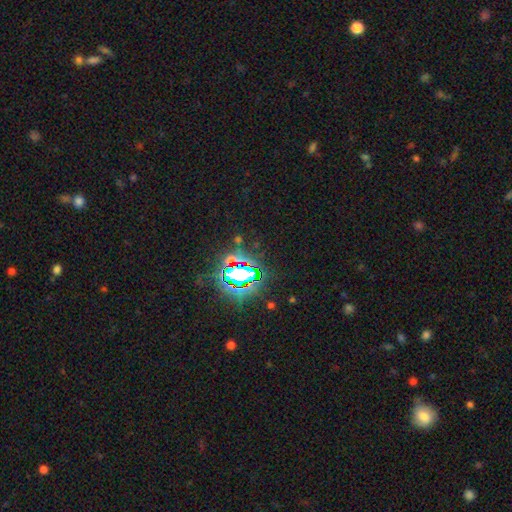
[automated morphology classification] This appears to be a star or artifact, not a galaxy (81%).